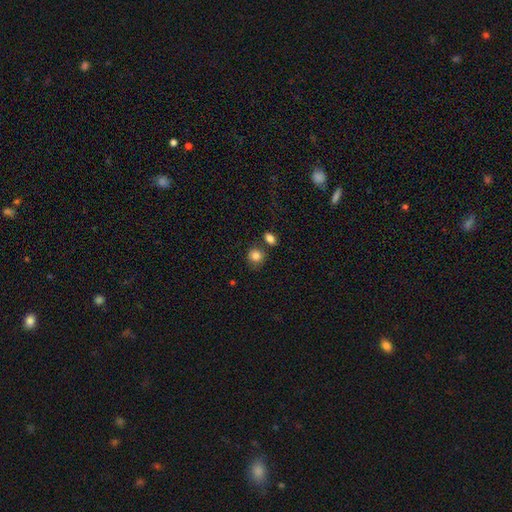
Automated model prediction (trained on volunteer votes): Smooth or featured: smooth — 84% (star or artifact — 10%)
How rounded: round — 81% (in between — 18%)
Merging: none — 71% (merger — 14%)